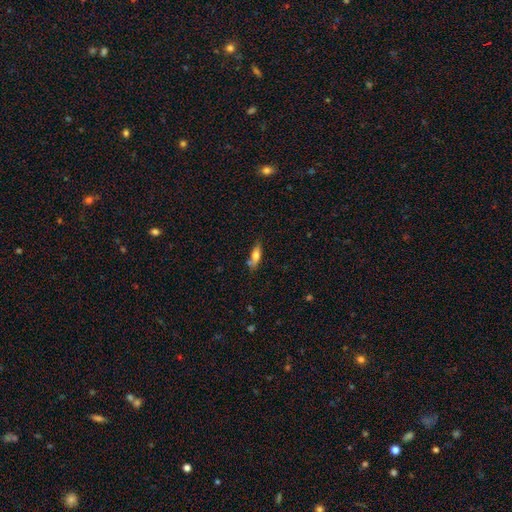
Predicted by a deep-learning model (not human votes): Smooth or featured: smooth — 71% (featured or disk — 21%)
How rounded: in between — 66% (cigar-shaped — 31%)
Merging: none — 57% (minor disturbance — 24%)